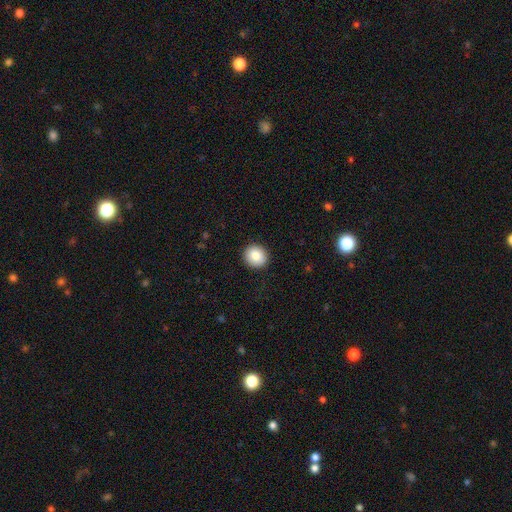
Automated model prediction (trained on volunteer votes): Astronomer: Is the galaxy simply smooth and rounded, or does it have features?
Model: smooth — 82%.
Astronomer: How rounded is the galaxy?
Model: round — 89%.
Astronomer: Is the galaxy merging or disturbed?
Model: none — 92%.